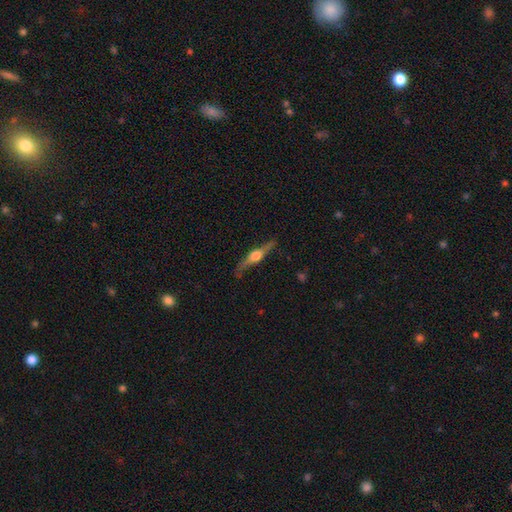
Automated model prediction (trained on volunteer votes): Smooth or featured? featured or disk (79%)
Edge-on disk? yes (97%)
Edge-on bulge? rounded (93%)
Merging? none (83%)